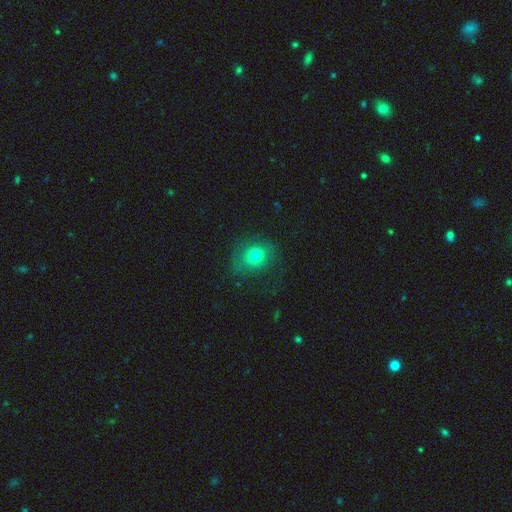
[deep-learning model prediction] The model was most divided on "how rounded": round: 66%, in between: 33%, cigar-shaped: 1%. More confident: smooth or featured — smooth (72%); merging — none (66%).